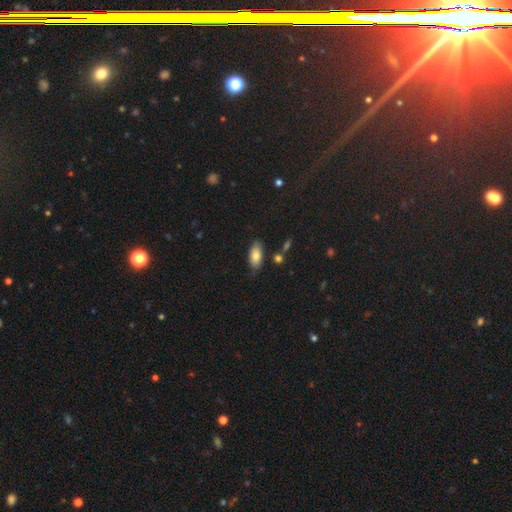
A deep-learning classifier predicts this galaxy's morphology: A smooth galaxy with no disk features (79%) that is in between round and cigar-shaped (89%). Merging: none (75%).